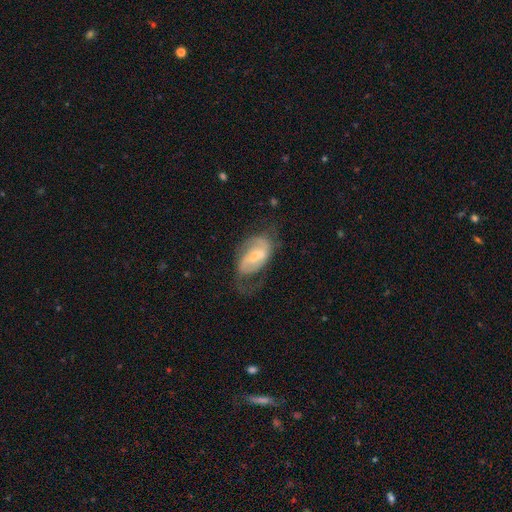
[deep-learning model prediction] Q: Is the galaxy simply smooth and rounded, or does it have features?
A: featured or disk — 72%.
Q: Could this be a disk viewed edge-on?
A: no — 95%.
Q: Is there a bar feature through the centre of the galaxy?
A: weak — 47%.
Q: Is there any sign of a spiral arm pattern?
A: yes — 81%.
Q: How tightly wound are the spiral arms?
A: medium — 44%.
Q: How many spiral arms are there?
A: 2 — 66%.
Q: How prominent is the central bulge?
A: small — 48%.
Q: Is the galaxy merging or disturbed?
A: none — 45%.